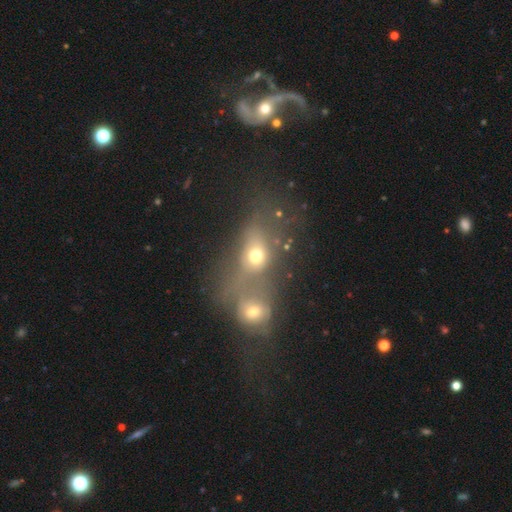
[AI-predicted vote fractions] This is likely a smooth galaxy (63%). How rounded: possibly round (49%). Merging: likely merger (67%).